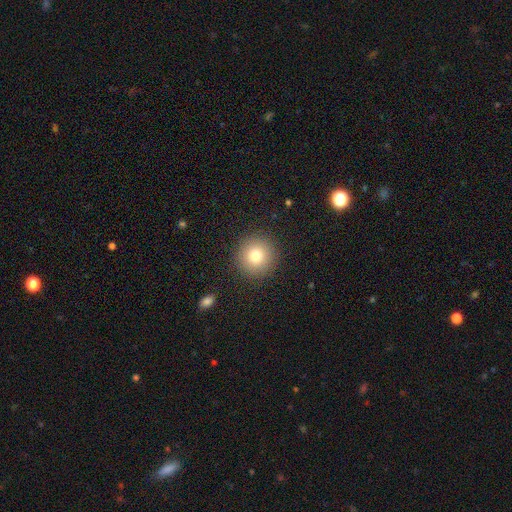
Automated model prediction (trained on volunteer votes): The model was most divided on "smooth or featured": smooth: 78%, star or artifact: 12%, featured or disk: 10%. More confident: how rounded — round (95%); merging — none (91%).